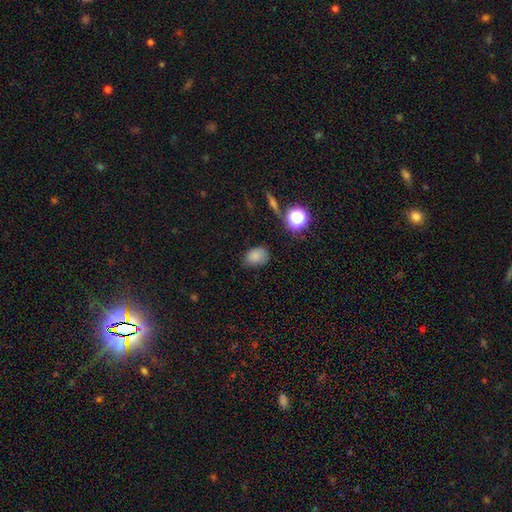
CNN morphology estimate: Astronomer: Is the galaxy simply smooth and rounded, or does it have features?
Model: smooth — 80%.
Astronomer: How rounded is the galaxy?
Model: in between — 73%.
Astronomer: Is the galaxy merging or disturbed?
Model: none — 75%.